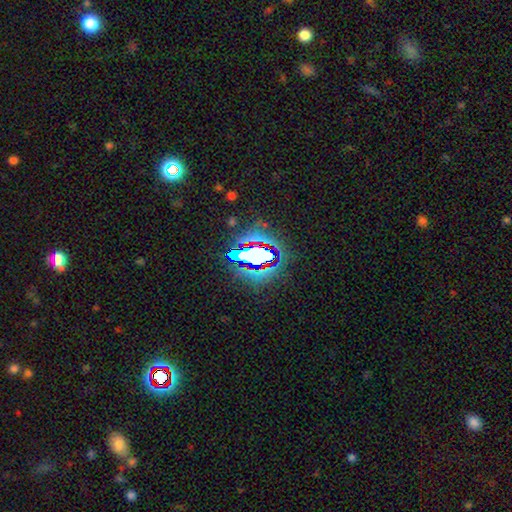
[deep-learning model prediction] smooth-or-featured: star or artifact: 70% | smooth: 18% | featured or disk: 12%